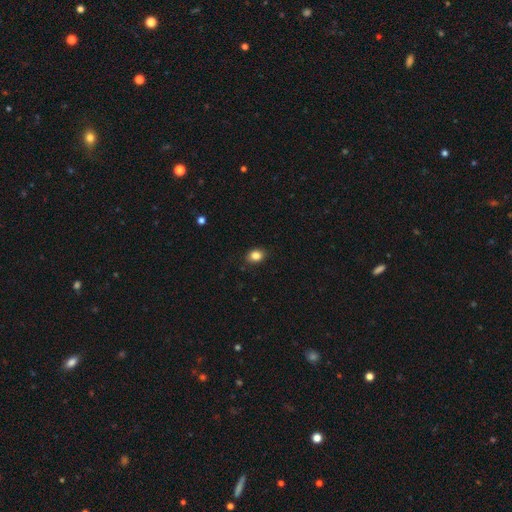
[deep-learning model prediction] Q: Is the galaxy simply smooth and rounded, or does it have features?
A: smooth — 85%.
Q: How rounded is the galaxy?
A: in between — 59%.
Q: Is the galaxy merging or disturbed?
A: none — 86%.